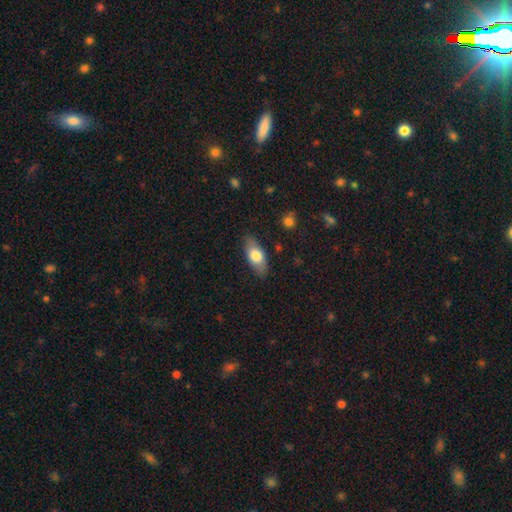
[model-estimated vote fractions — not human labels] A smooth galaxy with no disk features (73%) that is in between round and cigar-shaped (86%). Merging: none (83%).